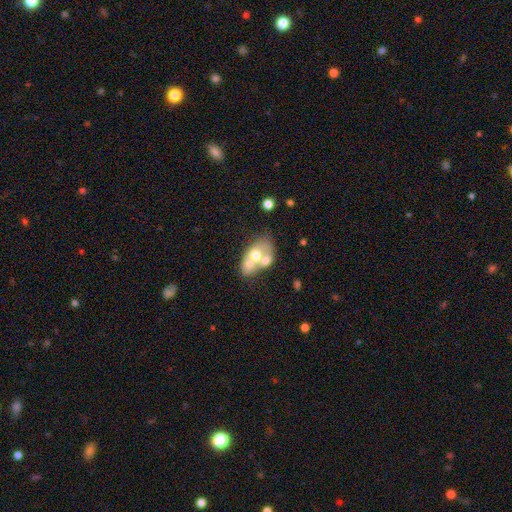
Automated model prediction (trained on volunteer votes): Morphology: type=smooth (51%); roundness=in between (77%); merging=merger (68%).